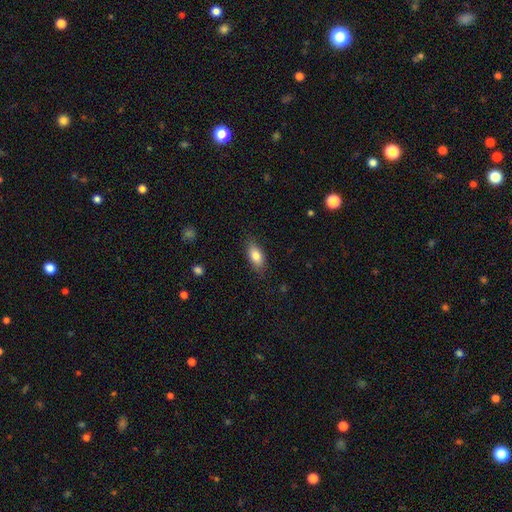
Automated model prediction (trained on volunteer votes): Smooth or featured: smooth — 80% (featured or disk — 13%)
How rounded: in between — 85% (cigar-shaped — 10%)
Merging: none — 83% (minor disturbance — 13%)